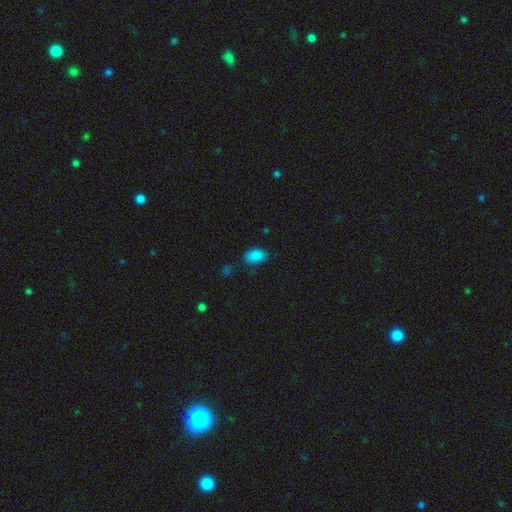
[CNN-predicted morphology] Smooth or featured: smooth — 87% (star or artifact — 9%)
How rounded: in between — 92% (round — 7%)
Merging: none — 78% (minor disturbance — 16%)